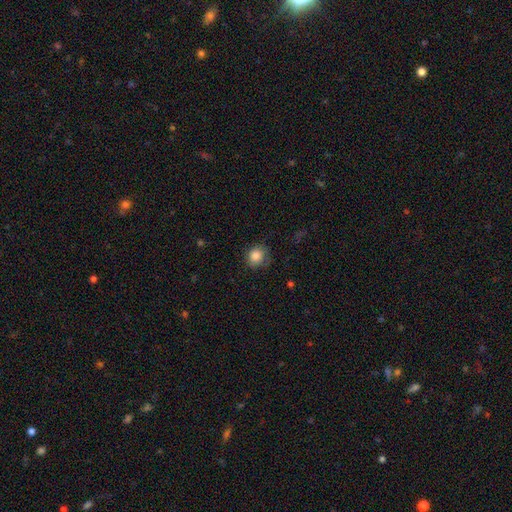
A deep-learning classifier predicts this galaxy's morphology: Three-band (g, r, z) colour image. It shows a smooth galaxy with no disk features (84%) that is round (79%). Merging: none (70%).